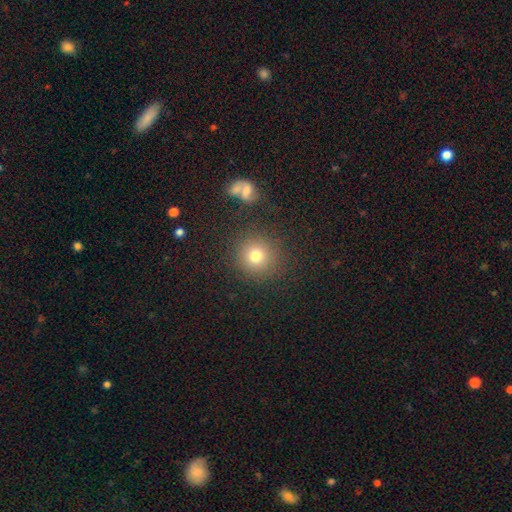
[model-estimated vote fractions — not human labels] Smooth or featured?
  - smooth: 75% *
  - star or artifact: 16%
  - featured or disk: 9%
How rounded?
  - round: 93% *
  - in between: 6%
  - cigar-shaped: 1%
Merging?
  - none: 86% *
  - minor disturbance: 8%
  - major disturbance: 4%
  - merger: 3%